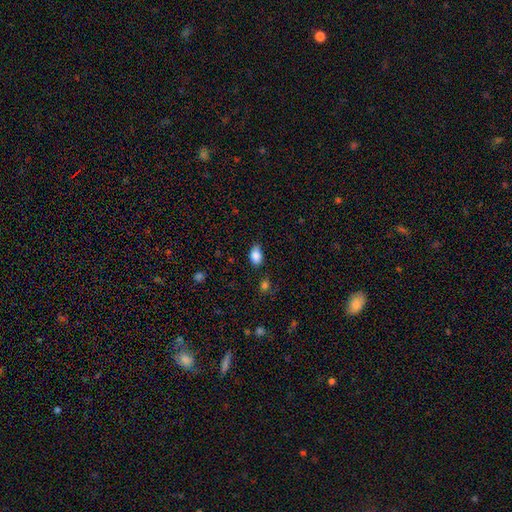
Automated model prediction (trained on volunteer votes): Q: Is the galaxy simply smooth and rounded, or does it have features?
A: smooth — 86%.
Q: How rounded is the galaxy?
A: in between — 89%.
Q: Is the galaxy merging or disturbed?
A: none — 67%.